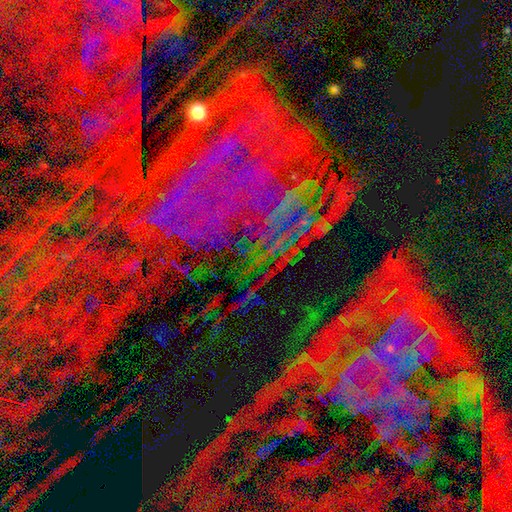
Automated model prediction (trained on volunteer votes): smooth_or_featured: star or artifact (p=0.83) [alt: featured or disk p=0.09]